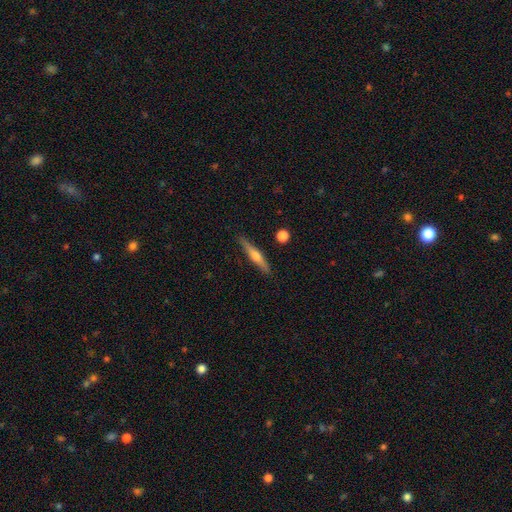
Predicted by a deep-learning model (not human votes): Overall: featured or disk (57%; smooth 37%). Edge-on disk: yes (97%). Edge-on bulge: rounded (86%). Merging: none (88%).